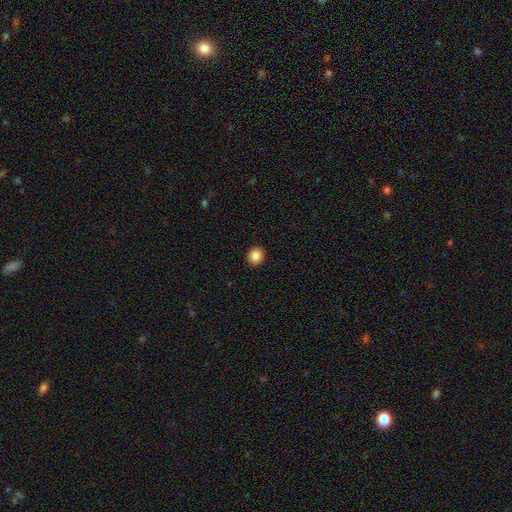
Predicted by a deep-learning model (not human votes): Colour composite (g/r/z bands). It shows a smooth galaxy with no disk features (86%) that is round (77%). Merging: none (93%).